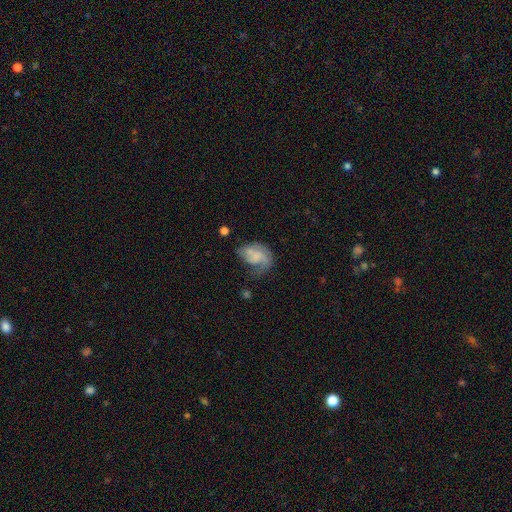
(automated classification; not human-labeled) The model was most divided on "merging": major disturbance: 35%, none: 32%, minor disturbance: 27%, merger: 7%. Remaining: edge-on disk — no (98%); spiral arms — yes (73%); bar — no (69%); smooth or featured — featured or disk (53%); bulge size — none (49%).